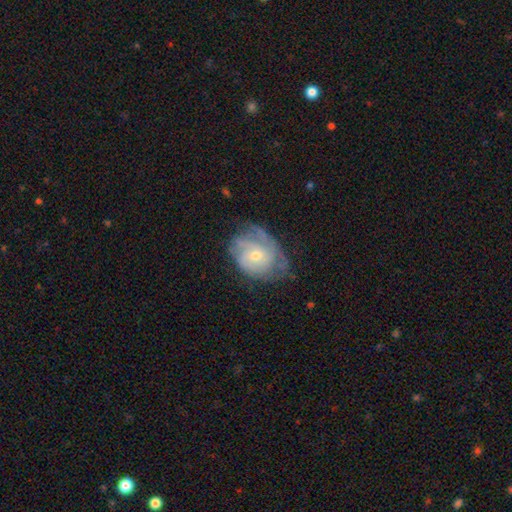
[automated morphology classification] featured or disk 69%, smooth 24%, star or artifact 7%. Down the decision tree: edge-on disk — no (96%); bar — no (74%); spiral arms — yes (82%); spiral arm count — can't tell (47%); spiral winding — tight (54%); bulge size — small (52%); merging — none (52%).